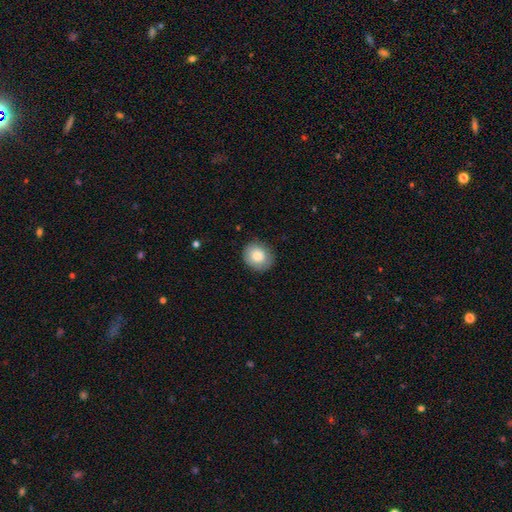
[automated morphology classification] Smooth or featured?
  - smooth: 83% *
  - featured or disk: 10%
  - star or artifact: 8%
How rounded?
  - round: 75% *
  - in between: 24%
  - cigar-shaped: 1%
Merging?
  - none: 83% *
  - minor disturbance: 13%
  - major disturbance: 3%
  - merger: 1%